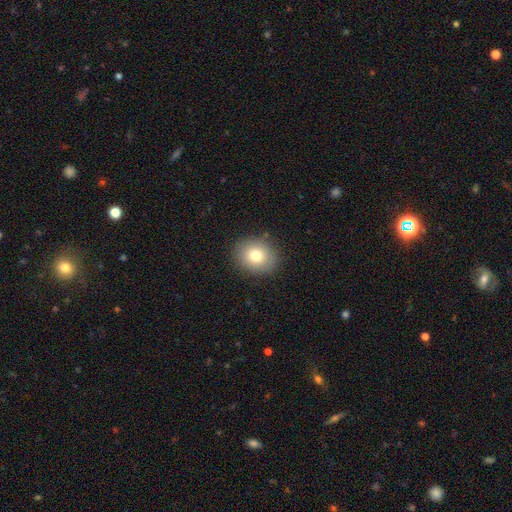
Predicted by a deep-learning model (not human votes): This appears to be a smooth galaxy with no disk features (77%) that is round (65%). Merging: none (86%).